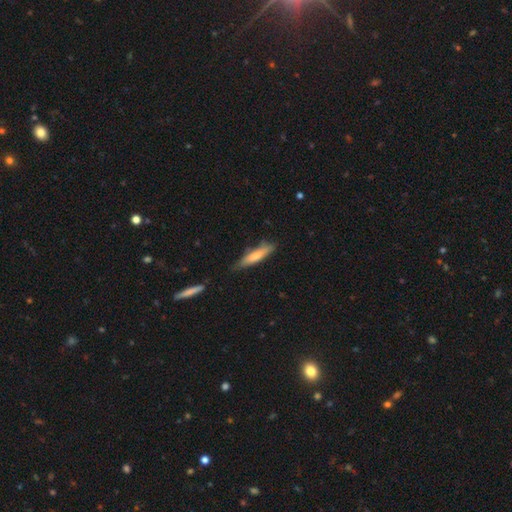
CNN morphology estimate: smooth_or_featured: smooth (p=0.72) [alt: featured or disk p=0.22]
how_rounded: cigar-shaped (p=0.84) [alt: in between p=0.15]
merging: none (p=0.76) [alt: minor disturbance p=0.19]